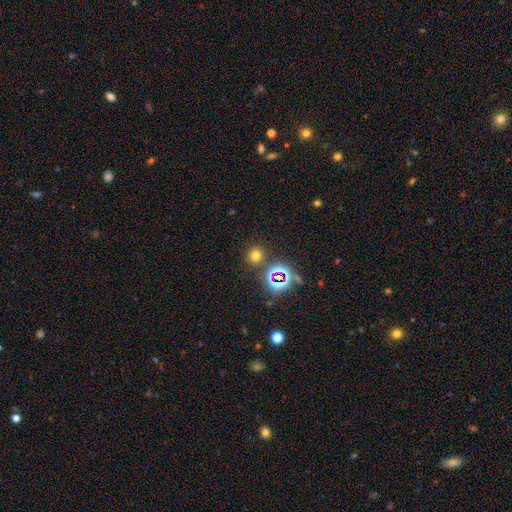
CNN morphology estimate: smooth-or-featured: smooth: 64% | star or artifact: 28% | featured or disk: 7%
  how-rounded: round: 87% | in between: 12% | cigar-shaped: 1%
  merging: none: 83% | minor disturbance: 7% | merger: 6% | major disturbance: 3%